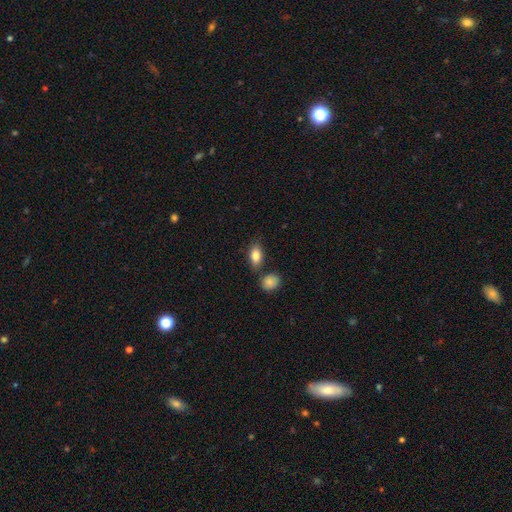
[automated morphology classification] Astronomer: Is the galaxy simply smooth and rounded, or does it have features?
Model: smooth — 84%.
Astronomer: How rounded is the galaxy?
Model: in between — 89%.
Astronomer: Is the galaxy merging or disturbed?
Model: none — 72%.